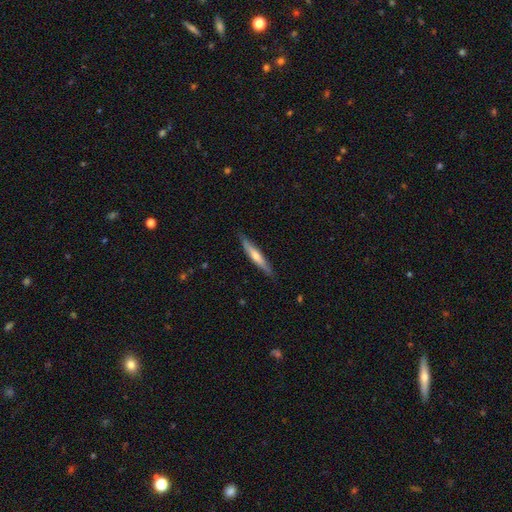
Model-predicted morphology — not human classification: type=featured or disk (50%); merging=none (87%).